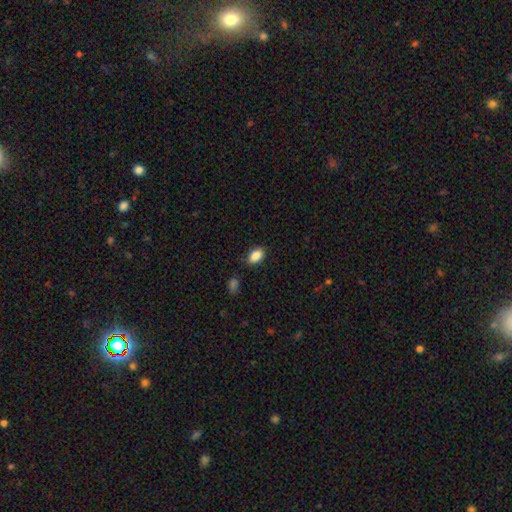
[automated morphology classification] Smooth or featured? smooth (88%)
How rounded? in between (89%)
Merging? none (83%)